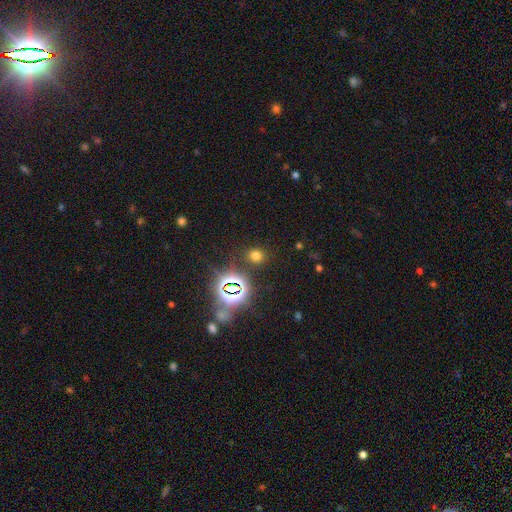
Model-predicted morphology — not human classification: smooth_or_featured: smooth (p=0.61) [alt: star or artifact p=0.32]
how_rounded: round (p=0.69) [alt: in between p=0.30]
merging: none (p=0.83) [alt: minor disturbance p=0.09]